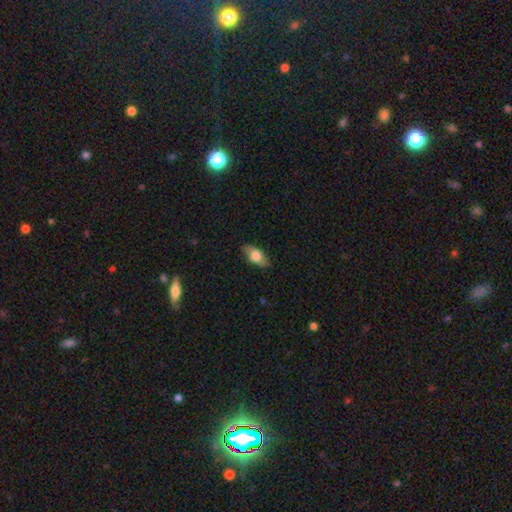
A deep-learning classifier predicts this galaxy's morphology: Q: Smooth or featured?
A: smooth (66%); runner-up: featured or disk (27%)
Q: How rounded?
A: in between (85%); runner-up: cigar-shaped (9%)
Q: Merging?
A: none (81%); runner-up: minor disturbance (15%)